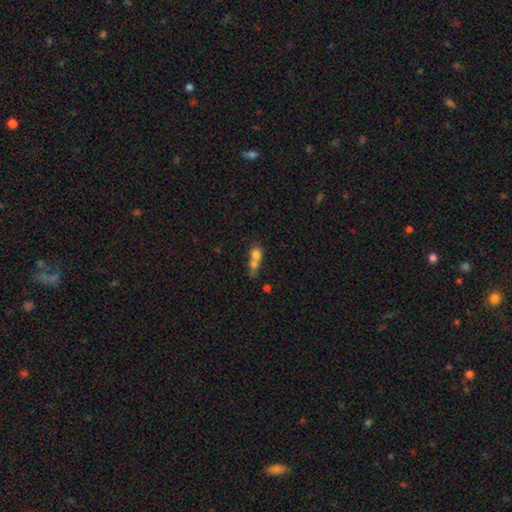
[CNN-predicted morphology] A smooth galaxy with no disk features (69%) that is round (54%).

Vote fractions:
- Smooth or featured? smooth: 69% / featured or disk: 19% / star or artifact: 12%
- How rounded? round: 54% / in between: 39% / cigar-shaped: 7%
- Merging? merger: 68% / none: 18% / minor disturbance: 7% / major disturbance: 7%